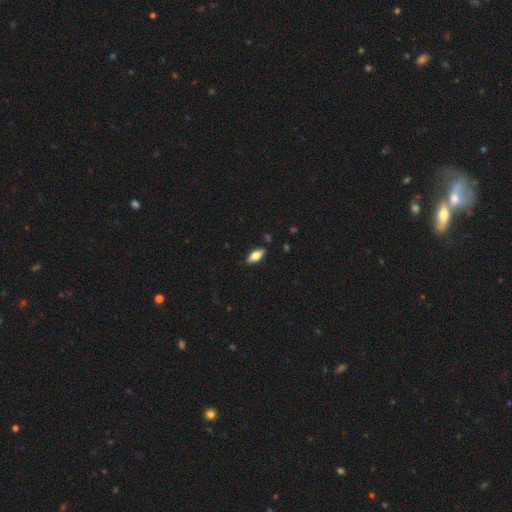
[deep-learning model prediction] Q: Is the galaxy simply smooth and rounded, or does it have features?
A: smooth — 61%.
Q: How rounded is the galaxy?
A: in between — 82%.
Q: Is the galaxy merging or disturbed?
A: none — 87%.